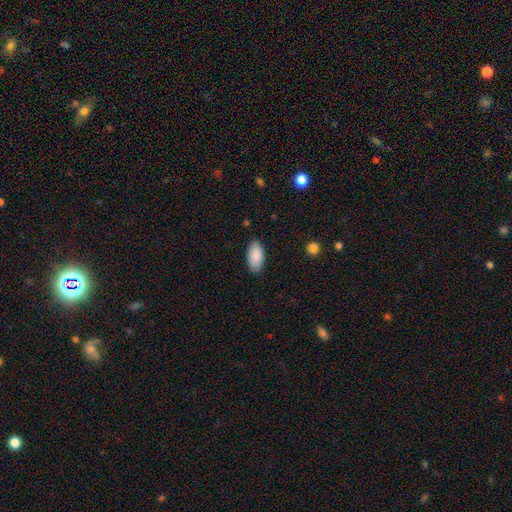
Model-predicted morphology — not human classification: Smooth or featured? smooth (89%)
How rounded? in between (94%)
Merging? none (86%)